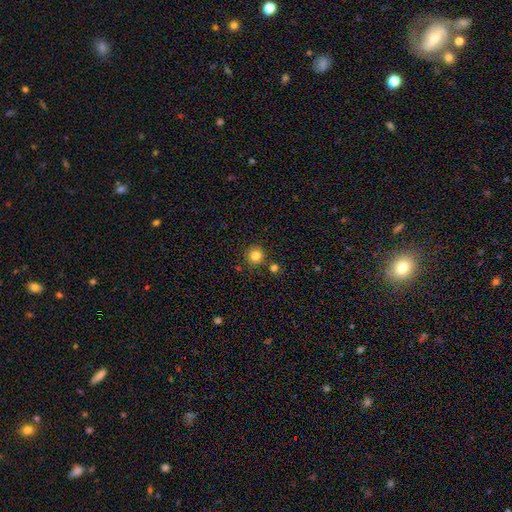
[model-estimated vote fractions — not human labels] A smooth galaxy with no disk features (82%) that is round (95%).

Vote fractions:
- Smooth or featured? smooth: 82% / star or artifact: 13% / featured or disk: 5%
- How rounded? round: 95% / in between: 4% / cigar-shaped: 1%
- Merging? none: 87% / minor disturbance: 6% / merger: 5% / major disturbance: 2%